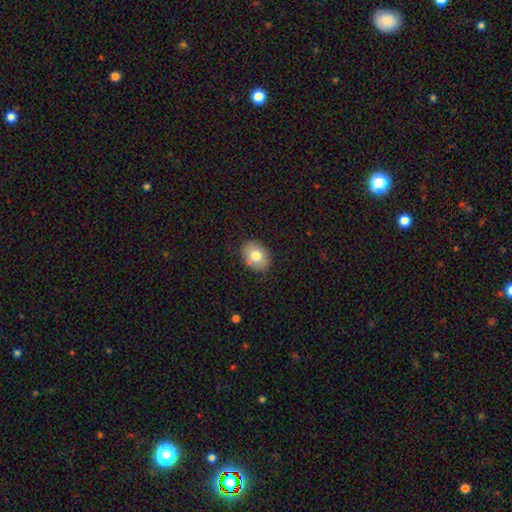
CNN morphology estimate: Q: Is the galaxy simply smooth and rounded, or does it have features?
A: smooth — 77%.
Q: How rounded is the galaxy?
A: in between — 66%.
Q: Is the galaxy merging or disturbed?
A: none — 83%.